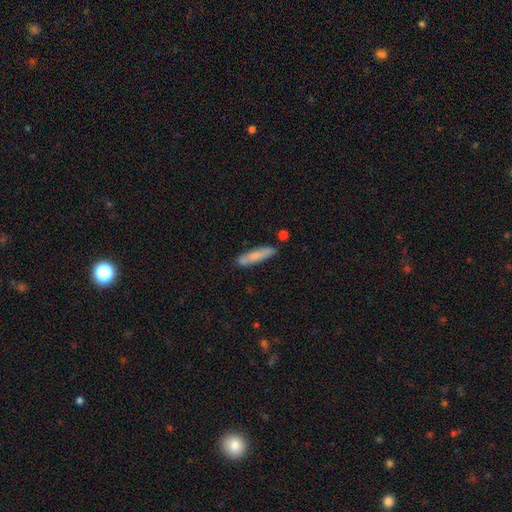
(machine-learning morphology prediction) This is likely a smooth galaxy (72%). How rounded: clearly cigar-shaped (84%). Merging: likely none (78%).